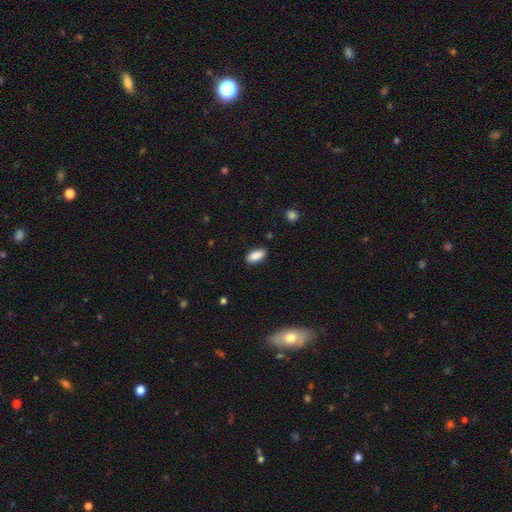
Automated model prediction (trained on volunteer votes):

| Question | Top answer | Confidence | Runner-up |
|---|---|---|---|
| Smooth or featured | smooth | 89% | star or artifact (7%) |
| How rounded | in between | 88% | cigar-shaped (9%) |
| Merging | none | 86% | minor disturbance (11%) |